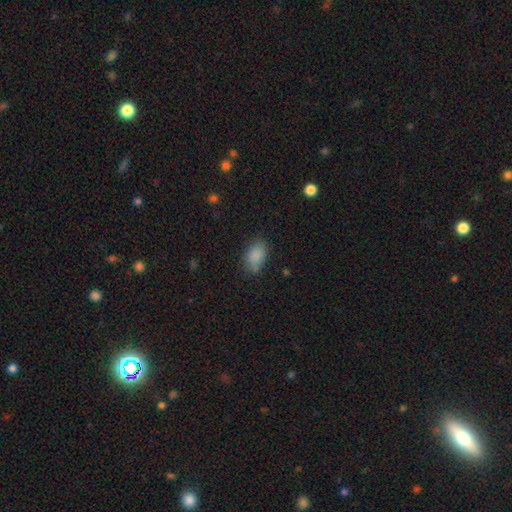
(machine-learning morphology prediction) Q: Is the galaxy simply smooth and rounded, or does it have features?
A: smooth — 85%.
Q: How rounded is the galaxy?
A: in between — 88%.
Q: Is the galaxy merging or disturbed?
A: none — 73%.